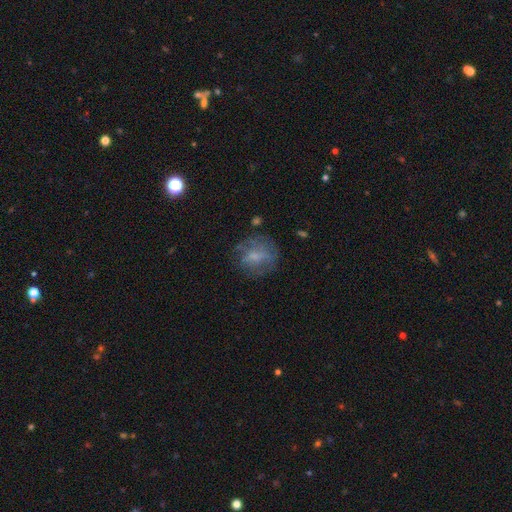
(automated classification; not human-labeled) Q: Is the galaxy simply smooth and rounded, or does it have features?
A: smooth — 52%.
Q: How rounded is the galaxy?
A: round — 67%.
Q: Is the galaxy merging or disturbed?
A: none — 62%.